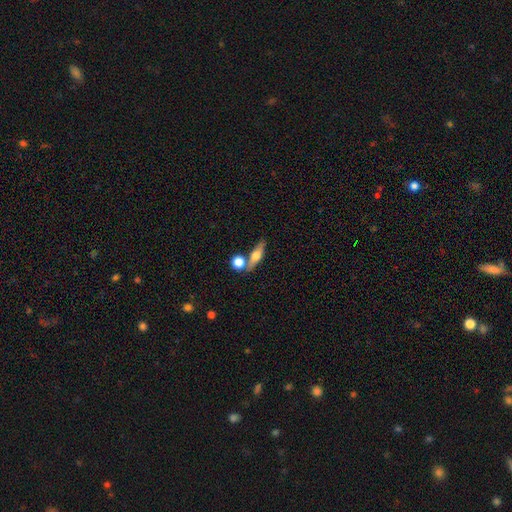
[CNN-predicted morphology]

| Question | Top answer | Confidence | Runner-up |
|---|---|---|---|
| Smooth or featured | featured or disk | 49% | smooth (44%) |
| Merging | none | 67% | merger (19%) |